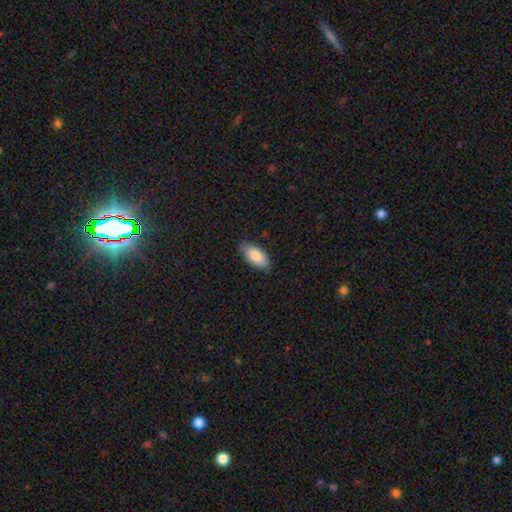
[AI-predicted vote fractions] Q: Smooth or featured?
A: smooth (84%); runner-up: featured or disk (10%)
Q: How rounded?
A: in between (93%); runner-up: cigar-shaped (5%)
Q: Merging?
A: none (84%); runner-up: minor disturbance (13%)